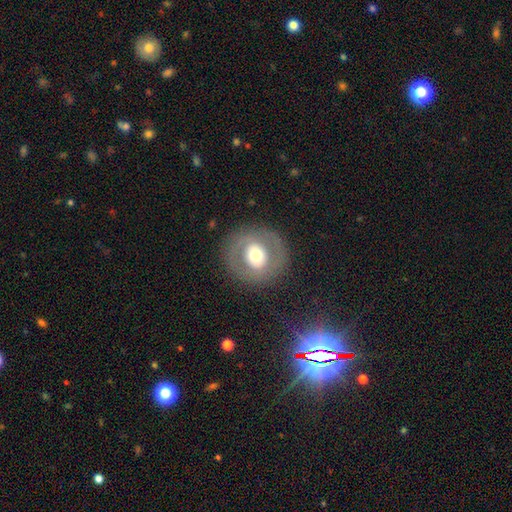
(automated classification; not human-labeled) Q: Smooth or featured?
A: smooth (47%); runner-up: featured or disk (44%)
Q: Merging?
A: none (84%); runner-up: minor disturbance (9%)